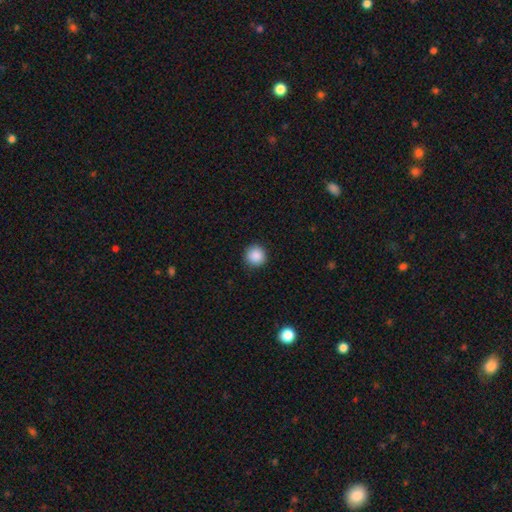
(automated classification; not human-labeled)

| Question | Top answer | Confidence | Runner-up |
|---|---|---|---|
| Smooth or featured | smooth | 89% | star or artifact (9%) |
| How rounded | round | 95% | in between (4%) |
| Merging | none | 92% | minor disturbance (5%) |